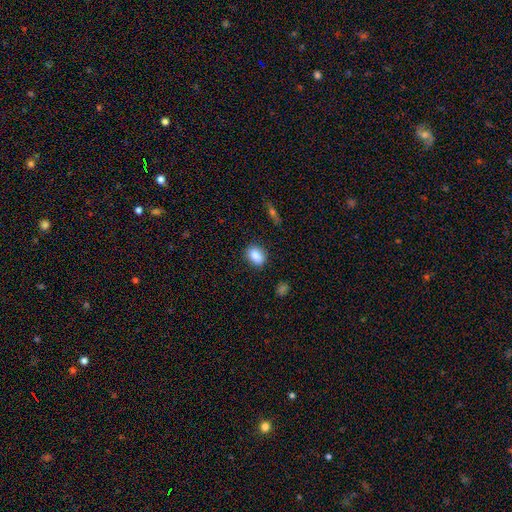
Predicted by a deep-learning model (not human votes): This appears to be a smooth galaxy with no disk features (85%) that is in between round and cigar-shaped (66%). Merging: none (82%).